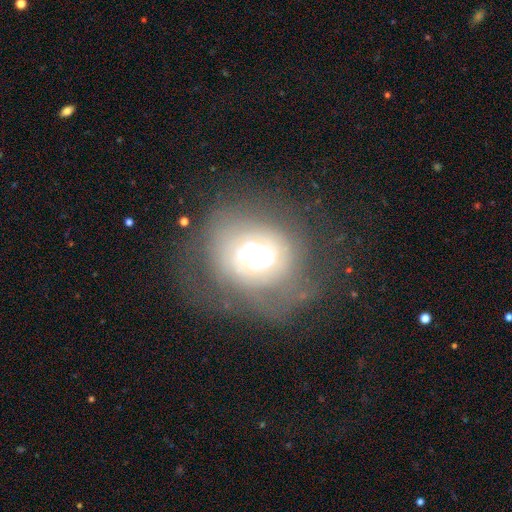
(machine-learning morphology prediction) This is possibly a featured or disk galaxy (59%). It is clearly not viewed edge-on (96%). Bar: clearly no (80%). Spiral arm pattern: likely yes (63%). Central bulge: marginally moderate (45%). Merging: possibly none (52%).